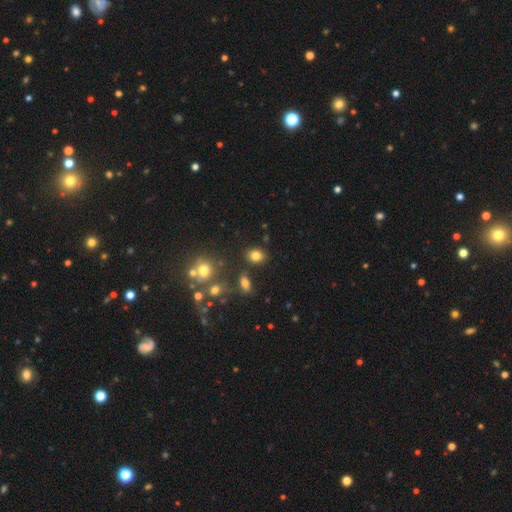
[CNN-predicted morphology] Smooth or featured? smooth (79%)
How rounded? in between (51%)
Merging? none (80%)